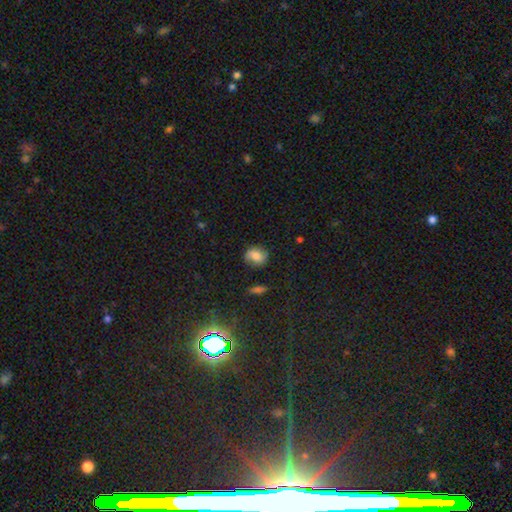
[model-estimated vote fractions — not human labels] smooth_or_featured: smooth (p=0.61) [alt: featured or disk p=0.28]
how_rounded: round (p=0.58) [alt: in between p=0.40]
merging: none (p=0.74) [alt: minor disturbance p=0.19]